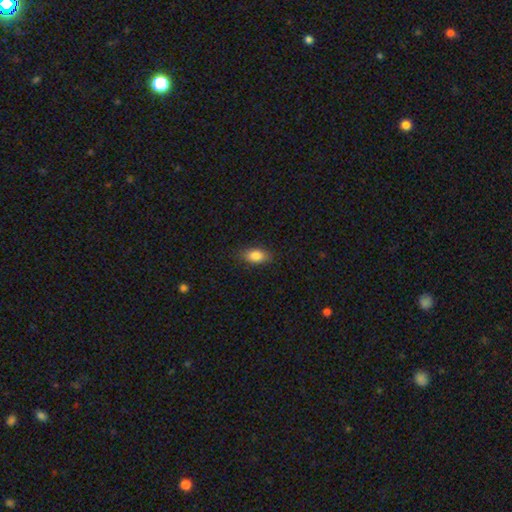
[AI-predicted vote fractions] This is clearly a smooth galaxy (85%). How rounded: clearly in between (89%). Merging: clearly none (86%).